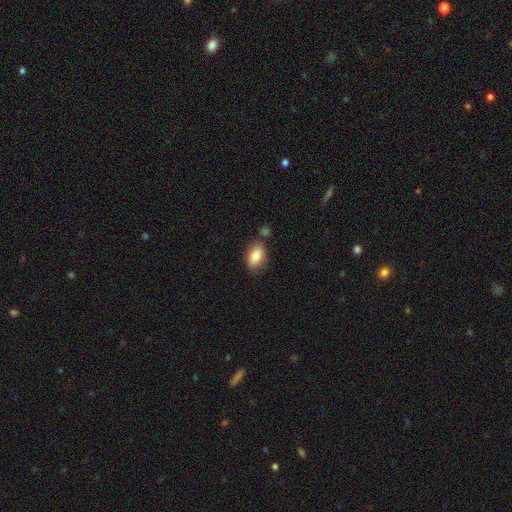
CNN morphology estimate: Smooth or featured? Predicted: smooth (p=0.82). How rounded? Predicted: in between (p=0.89). Merging? Predicted: none (p=0.70).